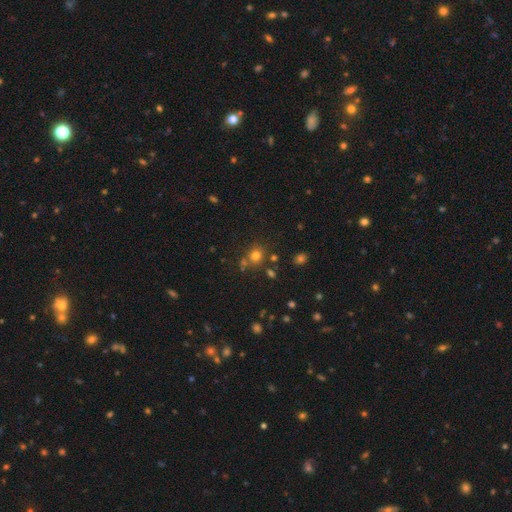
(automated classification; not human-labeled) Smooth or featured? Predicted: smooth (p=0.71). How rounded? Predicted: round (p=0.78). Merging? Predicted: none (p=0.70).